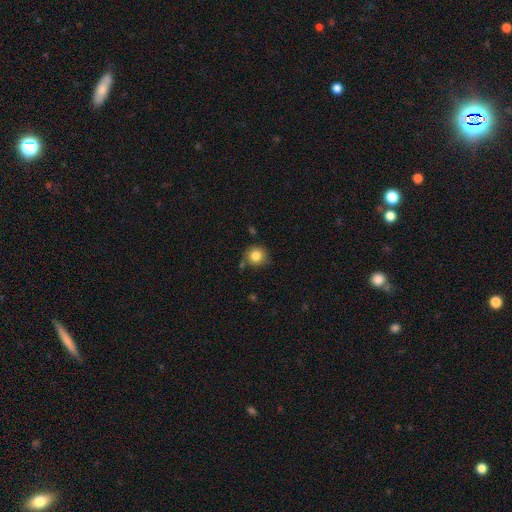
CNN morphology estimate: This appears to be a smooth galaxy with no disk features (83%) that is round (91%). Merging: none (77%).